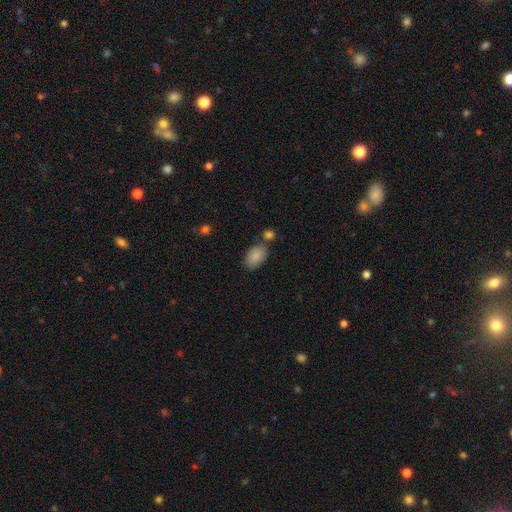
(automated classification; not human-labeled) smooth_or_featured: smooth (p=0.87) [alt: star or artifact p=0.07]
how_rounded: in between (p=0.90) [alt: round p=0.08]
merging: none (p=0.69) [alt: minor disturbance p=0.15]